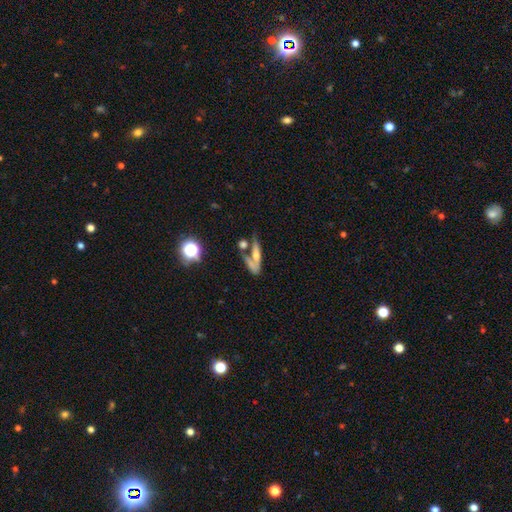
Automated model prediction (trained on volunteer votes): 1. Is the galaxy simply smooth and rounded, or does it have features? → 47% smooth, 40% featured or disk, 13% star or artifact.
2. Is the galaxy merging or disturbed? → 41% merger, 30% none, 15% major disturbance, 14% minor disturbance.